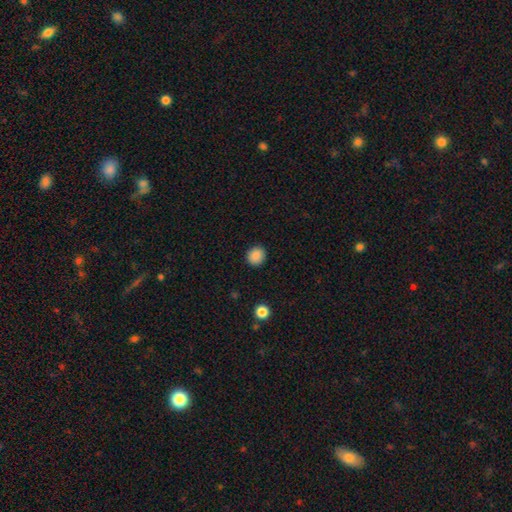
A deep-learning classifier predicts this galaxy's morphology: The model was most divided on "how rounded": round: 86%, in between: 13%, cigar-shaped: 1%. More confident: merging — none (91%); smooth or featured — smooth (88%).